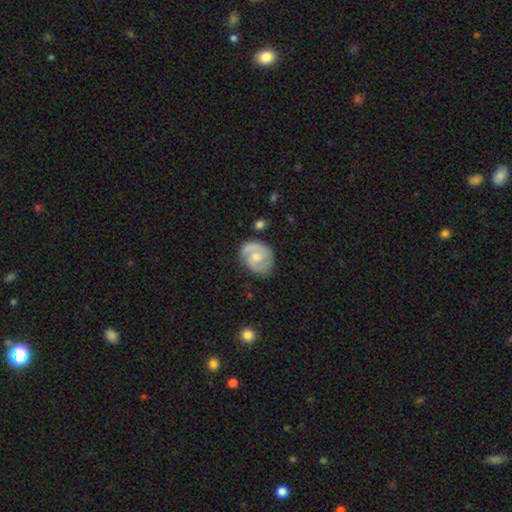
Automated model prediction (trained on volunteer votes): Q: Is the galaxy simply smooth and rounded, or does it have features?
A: featured or disk — 77%.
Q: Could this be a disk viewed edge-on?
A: no — 98%.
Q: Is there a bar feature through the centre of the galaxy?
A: no — 51%.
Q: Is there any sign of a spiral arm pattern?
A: yes — 95%.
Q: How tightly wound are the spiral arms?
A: medium — 45%.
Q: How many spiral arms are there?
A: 2 — 81%.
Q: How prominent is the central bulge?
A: moderate — 45%.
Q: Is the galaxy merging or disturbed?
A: none — 74%.